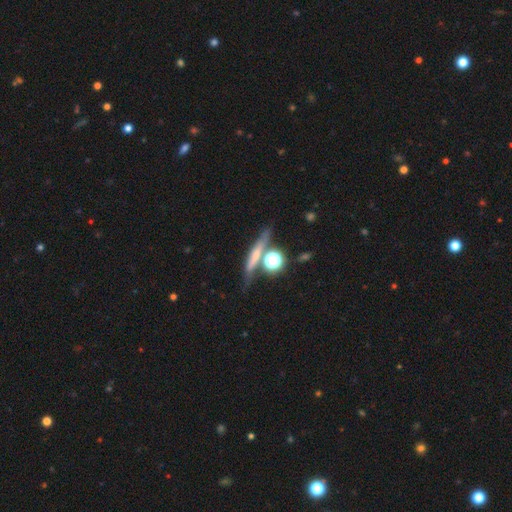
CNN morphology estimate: smooth_or_featured: smooth (p=0.47) [alt: featured or disk p=0.39]
merging: none (p=0.65) [alt: merger p=0.15]